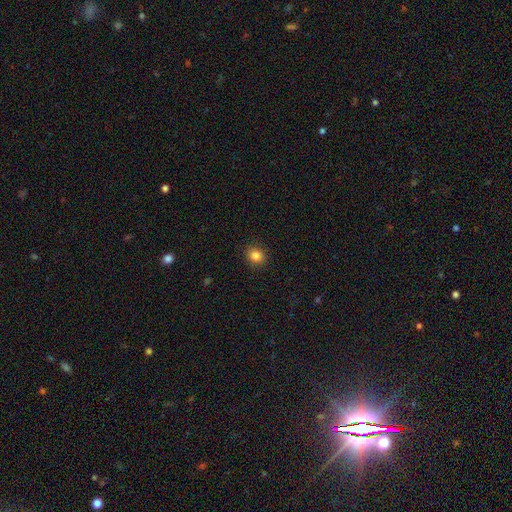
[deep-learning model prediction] Overall: smooth (84%). How rounded: round (76%). Merging: none (90%).